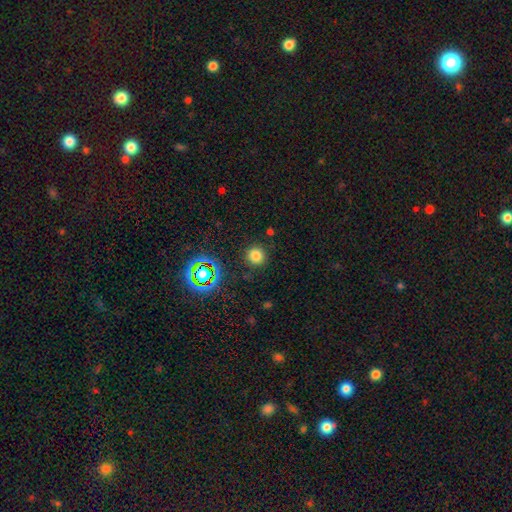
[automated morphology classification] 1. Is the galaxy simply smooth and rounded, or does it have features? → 76% smooth, 18% star or artifact, 6% featured or disk.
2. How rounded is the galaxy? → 93% round, 6% in between, 1% cigar-shaped.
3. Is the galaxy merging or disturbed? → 88% none, 7% minor disturbance, 3% major disturbance, 2% merger.